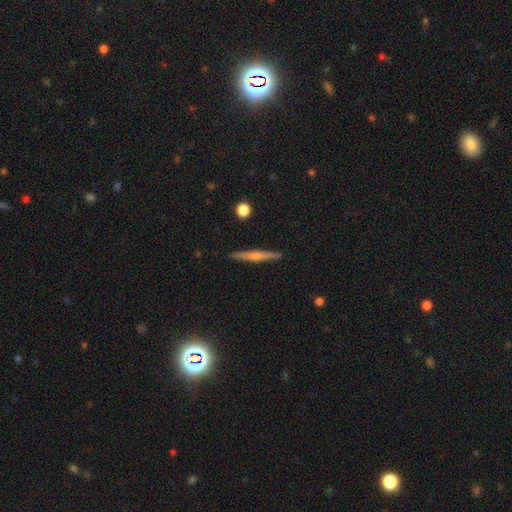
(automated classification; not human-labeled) Smooth or featured? featured or disk (59%)
Edge-on disk? yes (98%)
Edge-on bulge? rounded (70%)
Merging? none (91%)